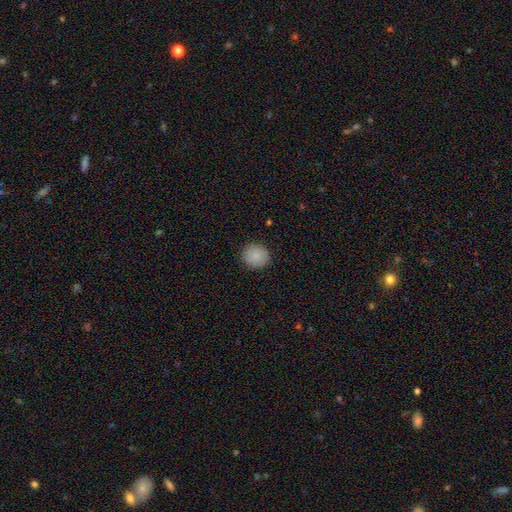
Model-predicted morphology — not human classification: Smooth or featured? Predicted: smooth (p=0.87). How rounded? Predicted: round (p=0.87). Merging? Predicted: none (p=0.89).